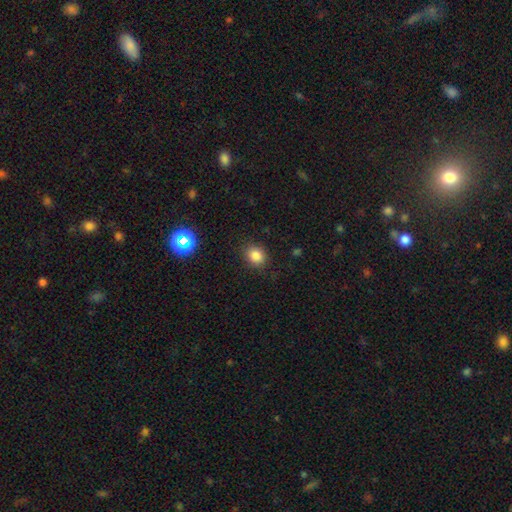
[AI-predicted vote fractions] smooth-or-featured: smooth: 82% | star or artifact: 13% | featured or disk: 5%
  how-rounded: round: 67% | in between: 32% | cigar-shaped: 1%
  merging: none: 85% | minor disturbance: 10% | major disturbance: 3% | merger: 1%